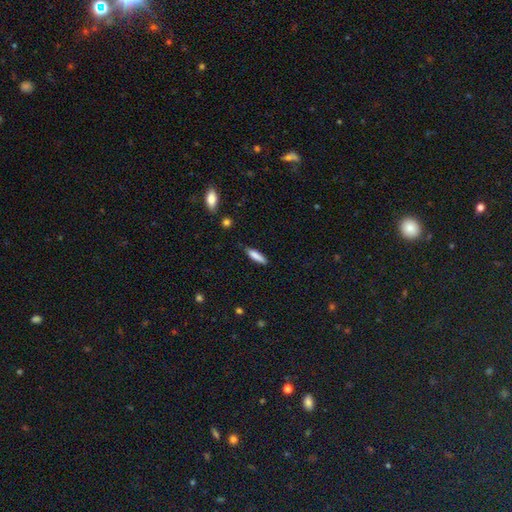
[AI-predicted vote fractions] Smooth or featured? smooth (82%)
How rounded? cigar-shaped (76%)
Merging? none (83%)